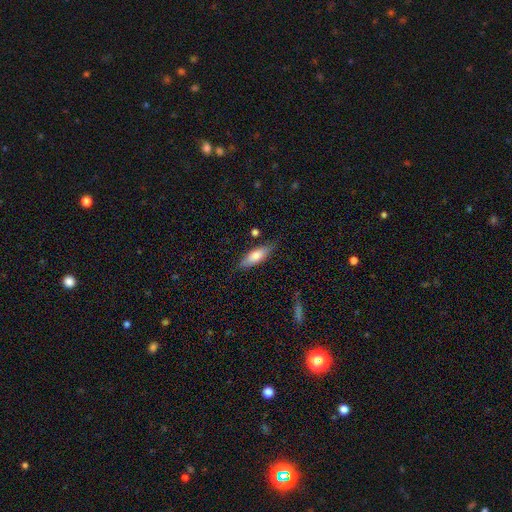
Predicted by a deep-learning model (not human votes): Overall: smooth (76%). How rounded: in between (60%; cigar-shaped 38%). Merging: none (80%).